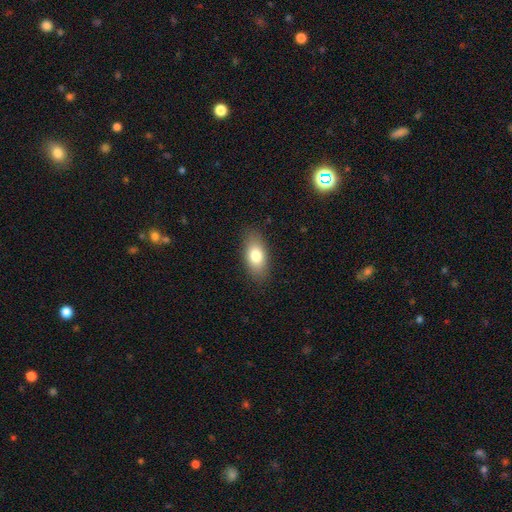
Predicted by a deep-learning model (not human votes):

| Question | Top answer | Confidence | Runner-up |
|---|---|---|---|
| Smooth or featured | smooth | 78% | featured or disk (15%) |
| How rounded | in between | 88% | cigar-shaped (7%) |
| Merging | none | 86% | minor disturbance (11%) |